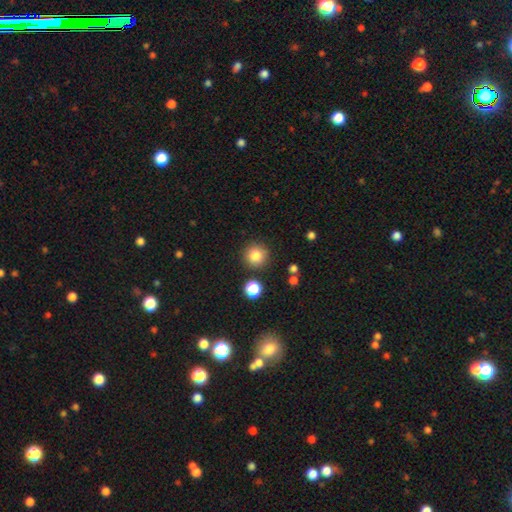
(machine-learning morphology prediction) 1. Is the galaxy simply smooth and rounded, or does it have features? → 83% smooth, 11% star or artifact, 6% featured or disk.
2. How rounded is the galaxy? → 94% round, 5% in between, 1% cigar-shaped.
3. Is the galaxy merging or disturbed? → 87% none, 7% minor disturbance, 4% merger, 2% major disturbance.